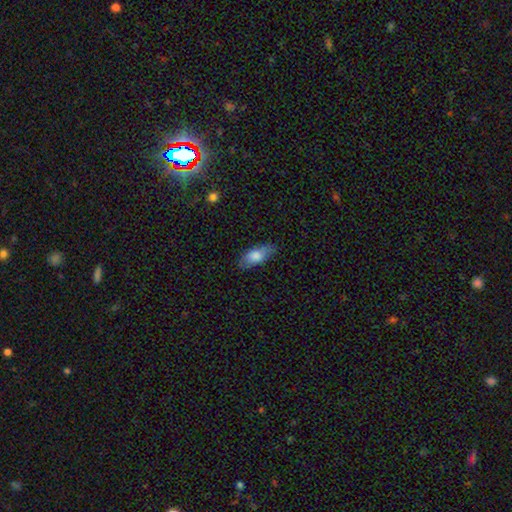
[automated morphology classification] This is likely a smooth galaxy (76%). How rounded: clearly in between (82%). Merging: likely none (80%).